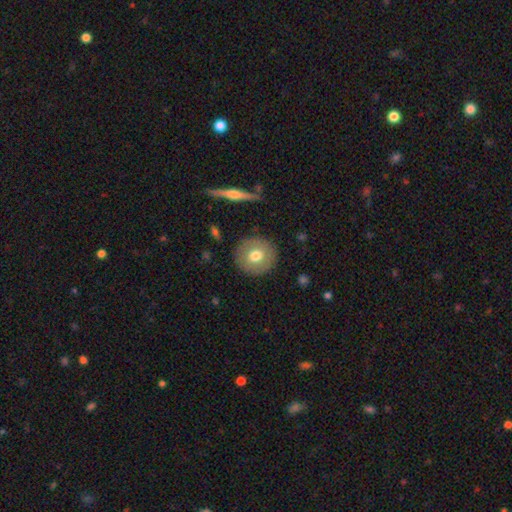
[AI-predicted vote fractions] A smooth galaxy with no disk features (68%) that is round (94%). Merging: none (89%).